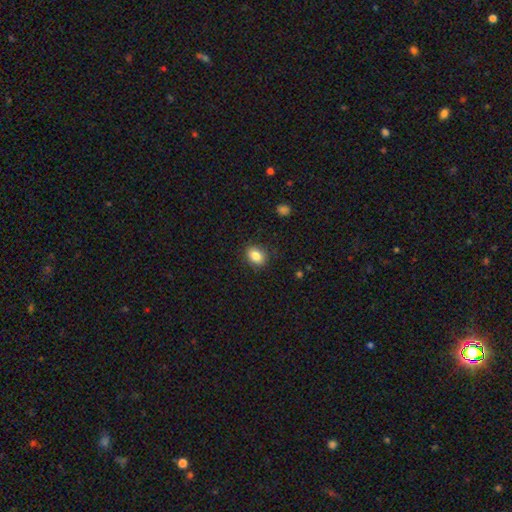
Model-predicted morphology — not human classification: This appears to be a smooth galaxy with no disk features (84%) that is in between round and cigar-shaped (66%). Merging: none (87%).